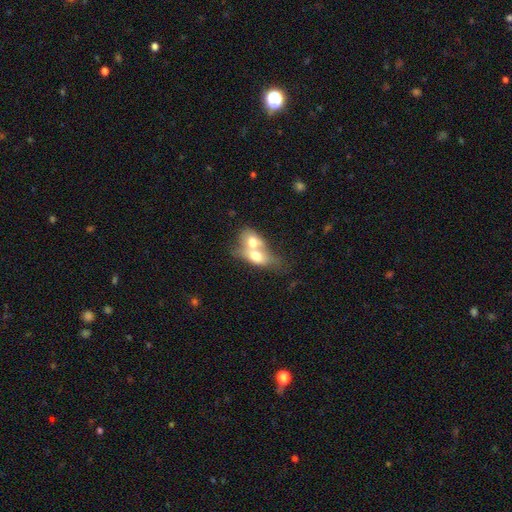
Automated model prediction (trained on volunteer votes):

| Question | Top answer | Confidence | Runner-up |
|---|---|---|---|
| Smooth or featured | smooth | 64% | featured or disk (29%) |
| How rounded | in between | 73% | round (23%) |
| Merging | merger | 81% | none (11%) |